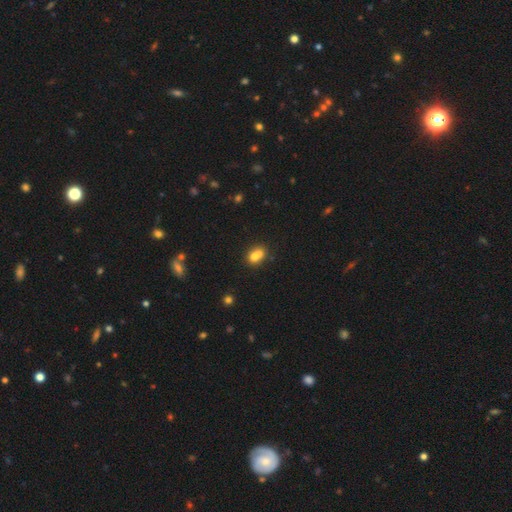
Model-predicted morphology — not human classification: A smooth galaxy with no disk features (72%) that is in between round and cigar-shaped (53%). Merging: merger (55%).